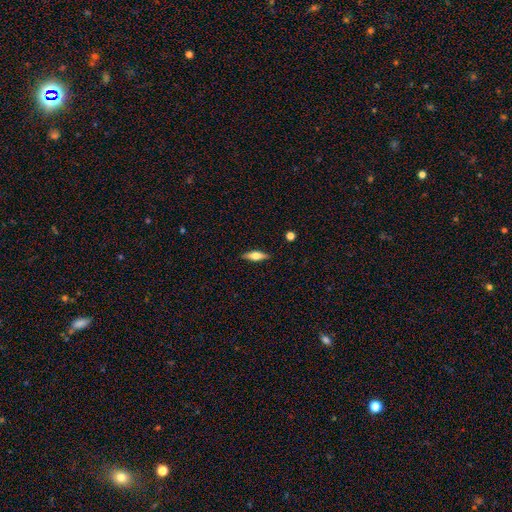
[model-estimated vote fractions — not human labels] The model was most divided on "how rounded": in between: 51%, cigar-shaped: 47%, round: 3%. More confident: merging — none (86%); smooth or featured — smooth (56%).